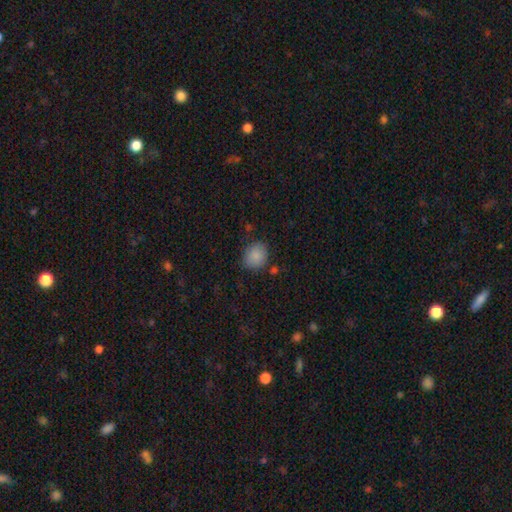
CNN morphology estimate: Smooth or featured? Predicted: smooth (p=0.87). How rounded? Predicted: round (p=0.59). Merging? Predicted: none (p=0.77).